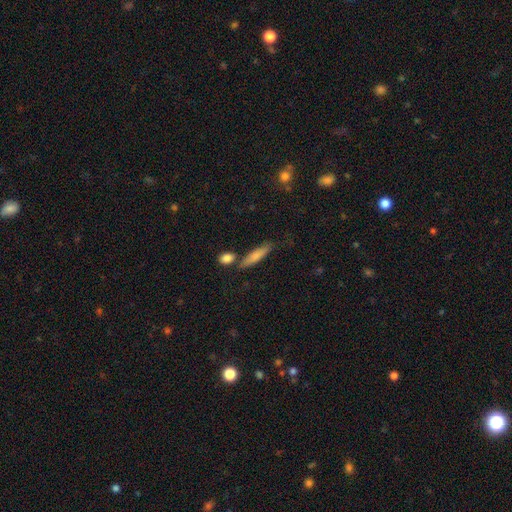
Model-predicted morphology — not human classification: Overall: smooth (74%). How rounded: cigar-shaped (76%). Merging: none (69%).